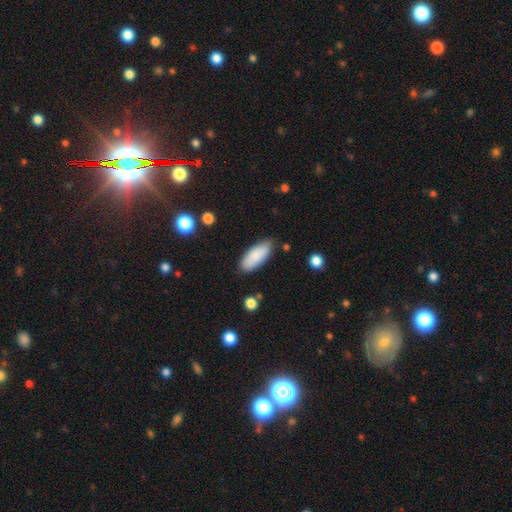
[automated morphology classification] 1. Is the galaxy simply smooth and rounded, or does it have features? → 82% smooth, 12% featured or disk, 6% star or artifact.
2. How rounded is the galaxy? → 79% in between, 20% cigar-shaped, 2% round.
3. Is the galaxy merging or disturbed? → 82% none, 14% minor disturbance, 3% major disturbance, 2% merger.